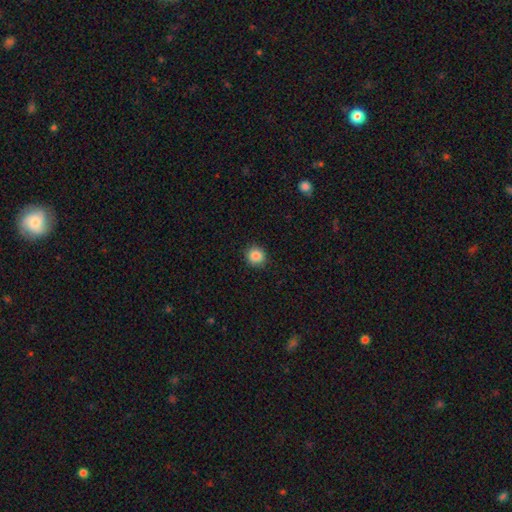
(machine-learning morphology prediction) Smooth or featured? Predicted: smooth (p=0.87). How rounded? Predicted: round (p=0.89). Merging? Predicted: none (p=0.91).